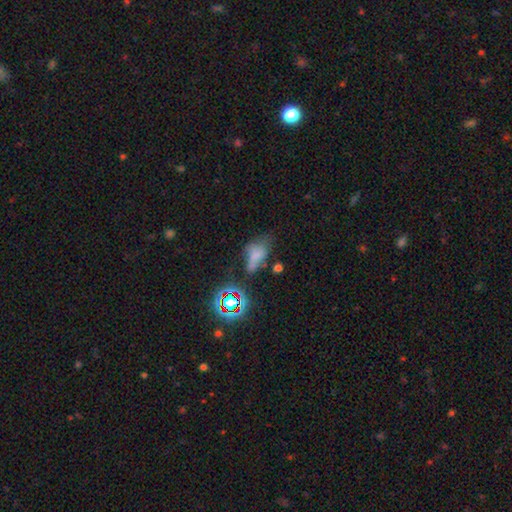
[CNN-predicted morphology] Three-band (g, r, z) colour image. It shows a smooth galaxy with no disk features (52%) that is in between round and cigar-shaped (83%). Merging: major disturbance (31%).